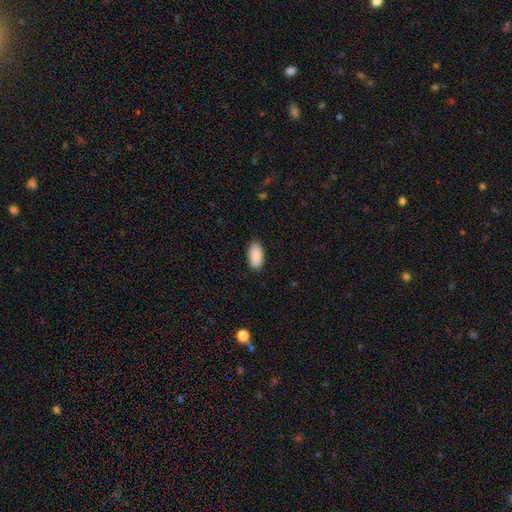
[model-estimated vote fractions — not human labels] smooth 91%, star or artifact 6%, featured or disk 3%. Down the decision tree: how rounded — in between (95%); merging — none (88%).